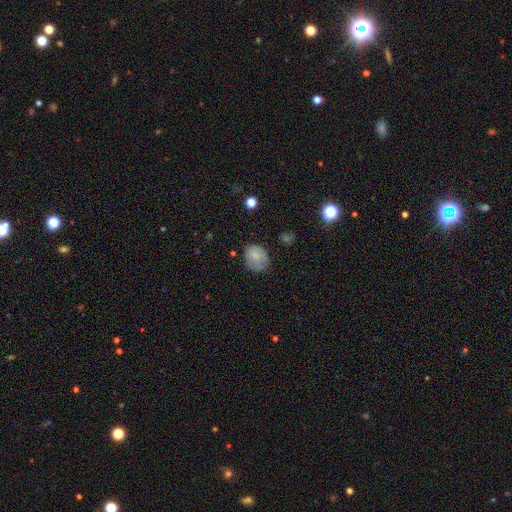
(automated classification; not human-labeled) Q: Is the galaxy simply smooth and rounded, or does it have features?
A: smooth — 78%.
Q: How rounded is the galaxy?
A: round — 59%.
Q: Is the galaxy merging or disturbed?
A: none — 62%.